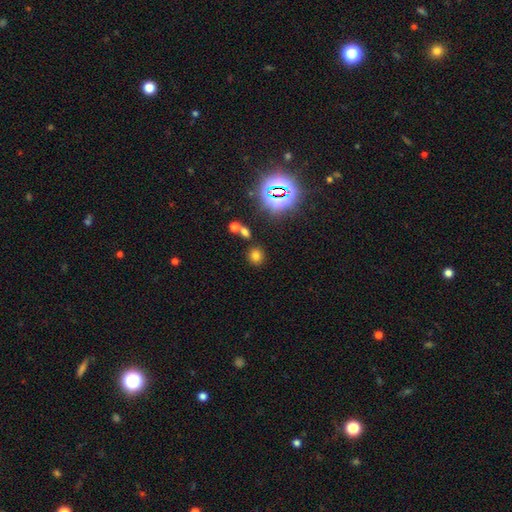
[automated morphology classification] Smooth or featured?
  - smooth: 69% *
  - star or artifact: 24%
  - featured or disk: 7%
How rounded?
  - round: 76% *
  - in between: 23%
  - cigar-shaped: 1%
Merging?
  - none: 79% *
  - merger: 10%
  - minor disturbance: 8%
  - major disturbance: 3%